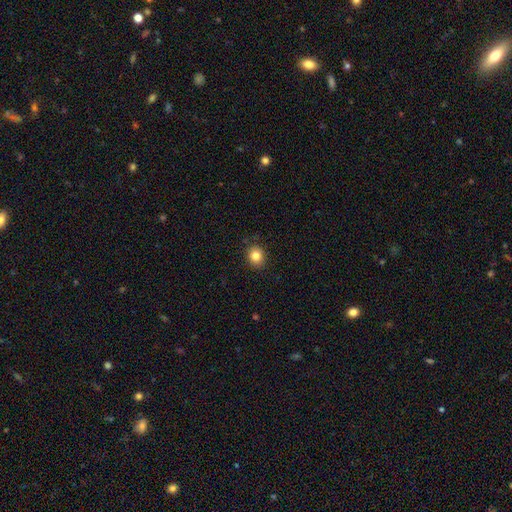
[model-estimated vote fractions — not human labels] smooth-or-featured: smooth: 83% | star or artifact: 11% | featured or disk: 7%
  how-rounded: round: 71% | in between: 28% | cigar-shaped: 1%
  merging: none: 88% | minor disturbance: 9% | major disturbance: 2% | merger: 1%